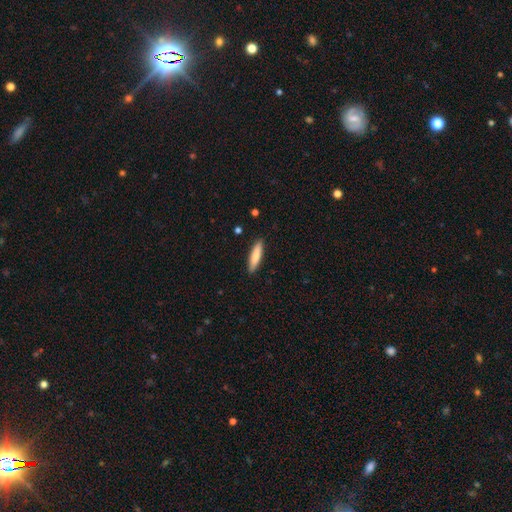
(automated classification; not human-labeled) The model was most divided on "how rounded": cigar-shaped: 78%, in between: 20%, round: 1%. More confident: merging — none (90%); smooth or featured — smooth (82%).